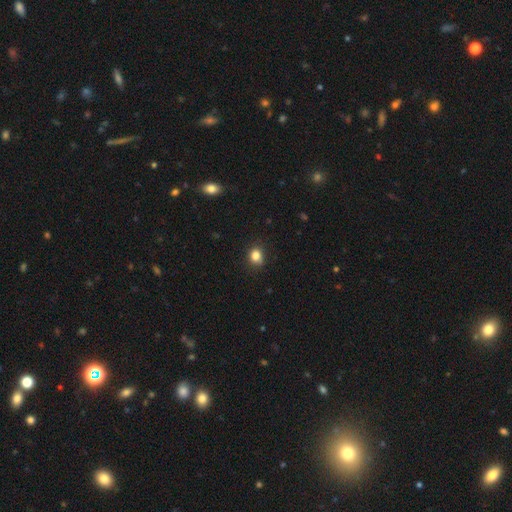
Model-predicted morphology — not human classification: smooth-or-featured: smooth: 84% | star or artifact: 11% | featured or disk: 5%
  how-rounded: round: 64% | in between: 34% | cigar-shaped: 1%
  merging: none: 81% | minor disturbance: 15% | major disturbance: 3% | merger: 1%